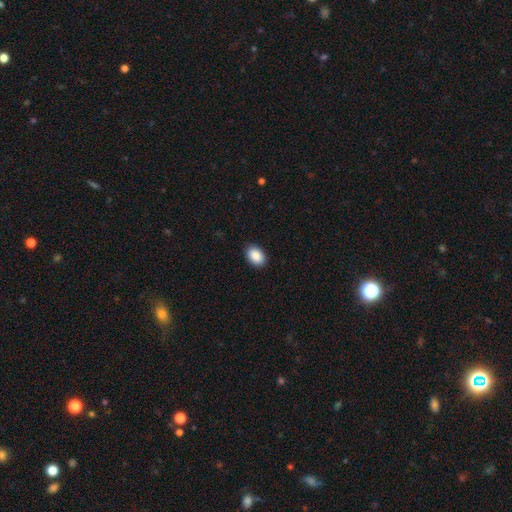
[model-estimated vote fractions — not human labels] This appears to be a smooth galaxy with no disk features (89%) that is in between round and cigar-shaped (86%). Merging: none (90%).